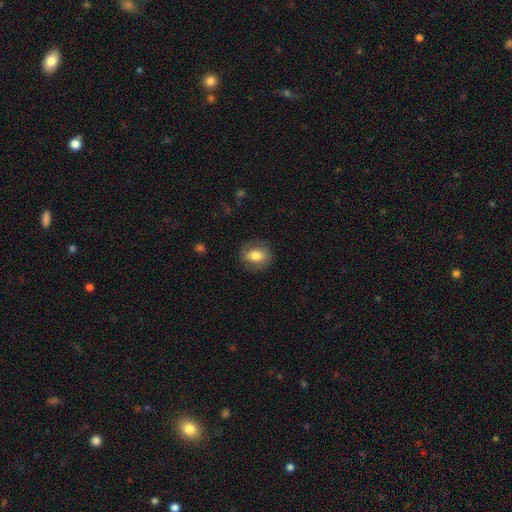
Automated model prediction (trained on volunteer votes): This is likely a smooth galaxy (73%). How rounded: possibly in between (51%). Merging: clearly none (83%).